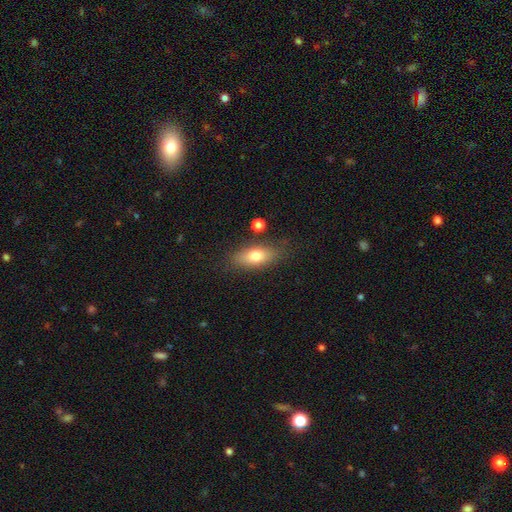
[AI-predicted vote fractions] Smooth or featured? smooth (74%)
How rounded? in between (79%)
Merging? none (78%)